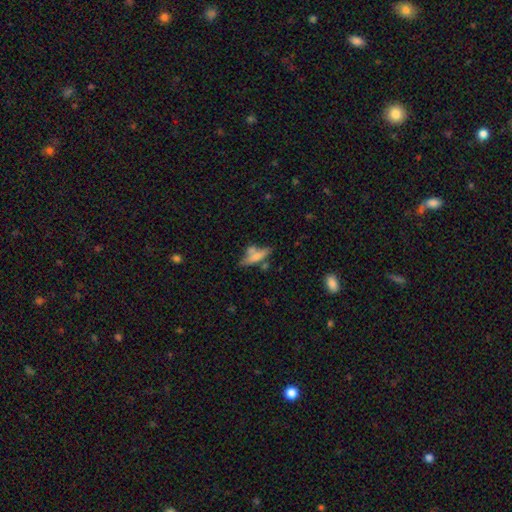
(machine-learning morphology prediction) A smooth galaxy with no disk features (57%) that is cigar-shaped (63%). Merging: none (48%).